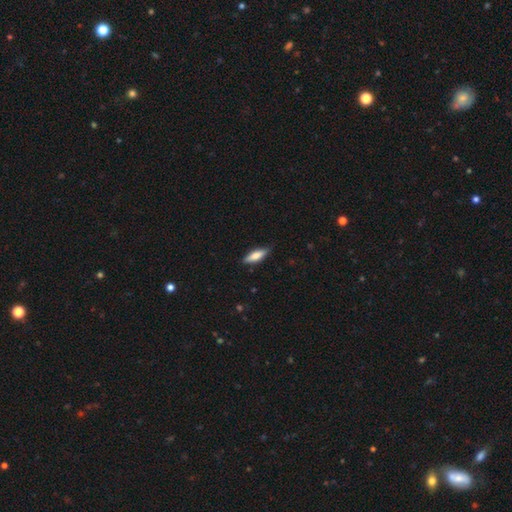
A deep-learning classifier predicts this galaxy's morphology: Q: Smooth or featured?
A: smooth (69%); runner-up: featured or disk (25%)
Q: How rounded?
A: in between (52%); runner-up: cigar-shaped (46%)
Q: Merging?
A: none (83%); runner-up: minor disturbance (13%)